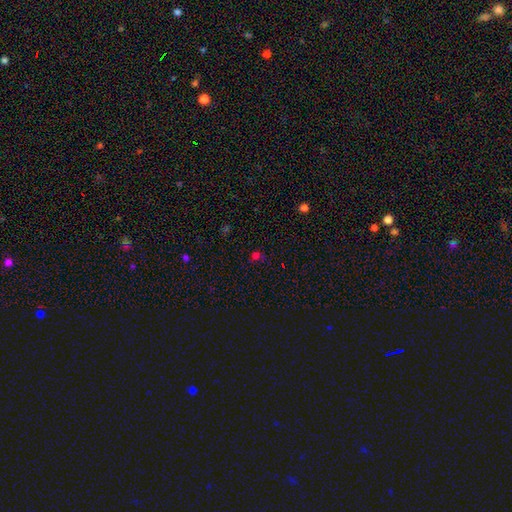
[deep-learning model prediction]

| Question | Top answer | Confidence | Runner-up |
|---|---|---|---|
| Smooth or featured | smooth | 50% | star or artifact (44%) |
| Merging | none | 70% | minor disturbance (15%) |